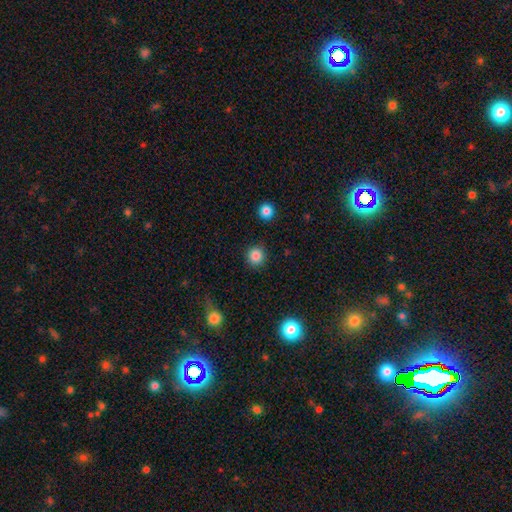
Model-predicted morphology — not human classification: Q: Smooth or featured?
A: smooth (85%); runner-up: star or artifact (11%)
Q: How rounded?
A: round (92%); runner-up: in between (7%)
Q: Merging?
A: none (90%); runner-up: minor disturbance (6%)